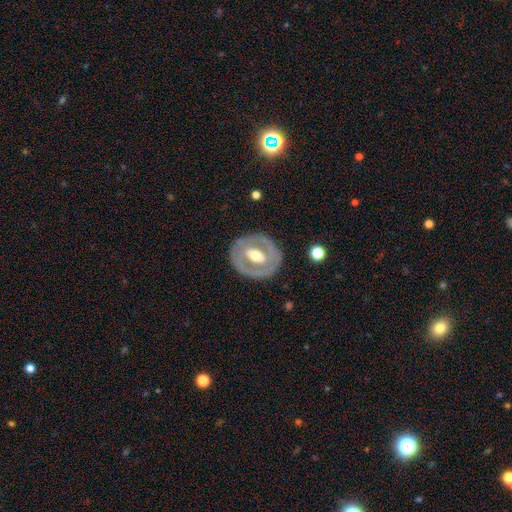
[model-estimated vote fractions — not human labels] A featured or disk galaxy (67%) with no bar (38%), no spiral arms (78%) and a moderate central bulge (70%).

Vote fractions:
- Smooth or featured? featured or disk: 67% / smooth: 29% / star or artifact: 5%
- Edge-on disk? no: 94% / yes: 6%
- Bar? no: 38% / weak: 35% / strong: 27%
- Spiral arms? no: 78% / yes: 22%
- Bulge size? moderate: 70% / large: 16% / small: 12% / dominant: 1% / none: 1%
- Merging? none: 81% / minor disturbance: 12% / major disturbance: 5% / merger: 1%